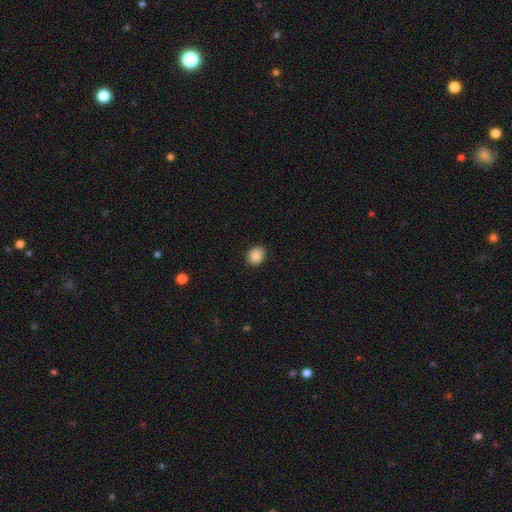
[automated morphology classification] This is clearly a smooth galaxy (88%). How rounded: possibly round (59%). Merging: clearly none (87%).